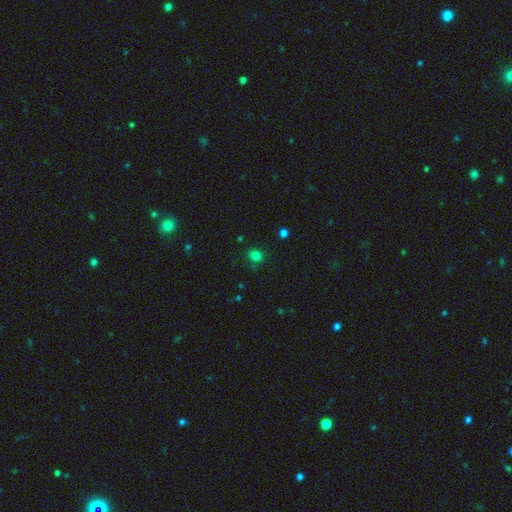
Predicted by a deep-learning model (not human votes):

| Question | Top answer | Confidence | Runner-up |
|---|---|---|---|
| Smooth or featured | smooth | 78% | star or artifact (18%) |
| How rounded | round | 82% | in between (17%) |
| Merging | none | 82% | minor disturbance (12%) |